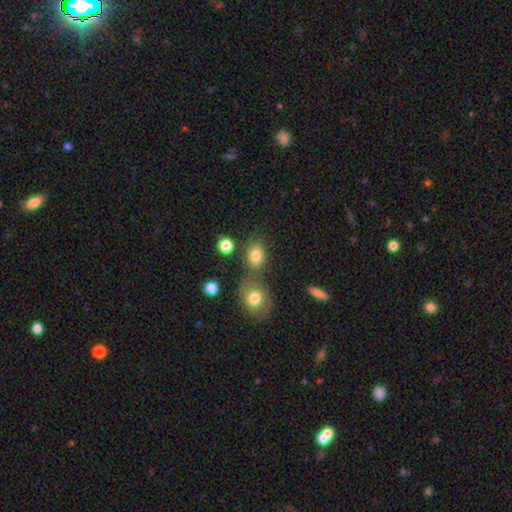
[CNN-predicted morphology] smooth 81%, star or artifact 12%, featured or disk 7%. Down the decision tree: how rounded — round (52%); merging — none (62%).